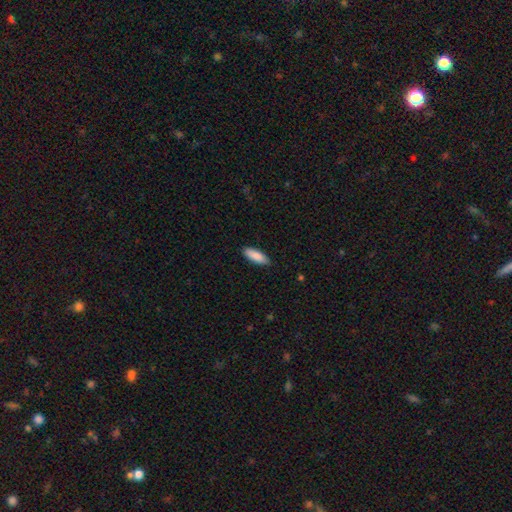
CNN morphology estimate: Q: Smooth or featured?
A: smooth (89%); runner-up: star or artifact (6%)
Q: How rounded?
A: in between (63%); runner-up: cigar-shaped (35%)
Q: Merging?
A: none (86%); runner-up: minor disturbance (12%)